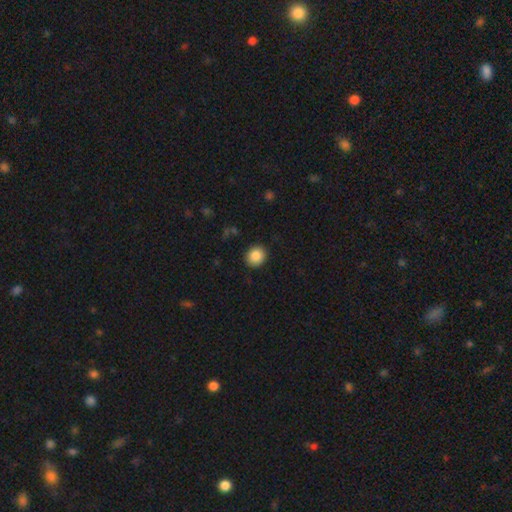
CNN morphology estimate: The model was most divided on "how rounded": round: 82%, in between: 18%, cigar-shaped: 1%. More confident: merging — none (90%); smooth or featured — smooth (87%).